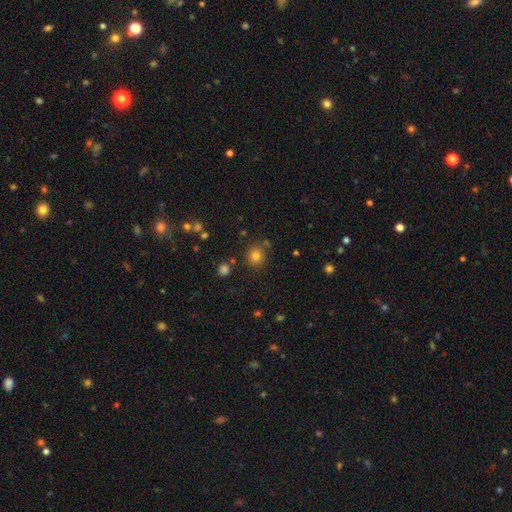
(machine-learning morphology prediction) Smooth or featured?
  - smooth: 80% *
  - star or artifact: 15%
  - featured or disk: 6%
How rounded?
  - round: 88% *
  - in between: 11%
  - cigar-shaped: 1%
Merging?
  - none: 81% *
  - minor disturbance: 9%
  - merger: 6%
  - major disturbance: 3%